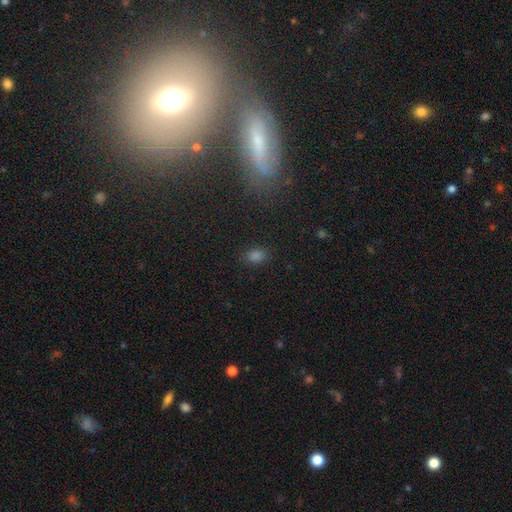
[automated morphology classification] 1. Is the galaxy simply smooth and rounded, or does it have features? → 73% smooth, 21% star or artifact, 6% featured or disk.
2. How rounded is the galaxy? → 74% in between, 24% round, 2% cigar-shaped.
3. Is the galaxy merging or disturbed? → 84% none, 10% minor disturbance, 4% major disturbance, 2% merger.